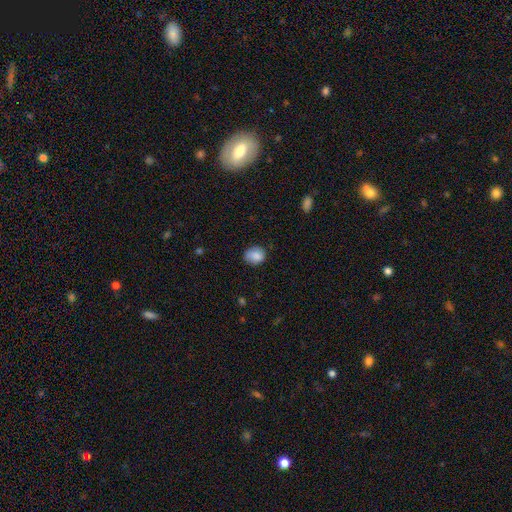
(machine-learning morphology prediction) Smooth or featured? smooth (85%)
How rounded? round (55%)
Merging? none (72%)